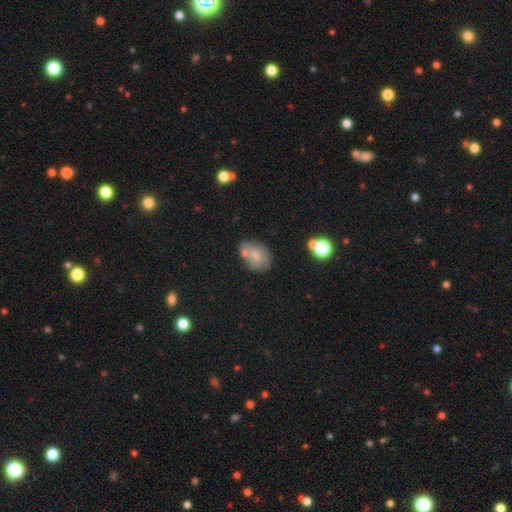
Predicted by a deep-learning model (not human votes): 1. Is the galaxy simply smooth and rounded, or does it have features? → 67% smooth, 23% featured or disk, 10% star or artifact.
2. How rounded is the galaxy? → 78% in between, 21% round, 1% cigar-shaped.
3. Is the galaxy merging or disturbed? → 49% none, 22% minor disturbance, 22% merger, 8% major disturbance.